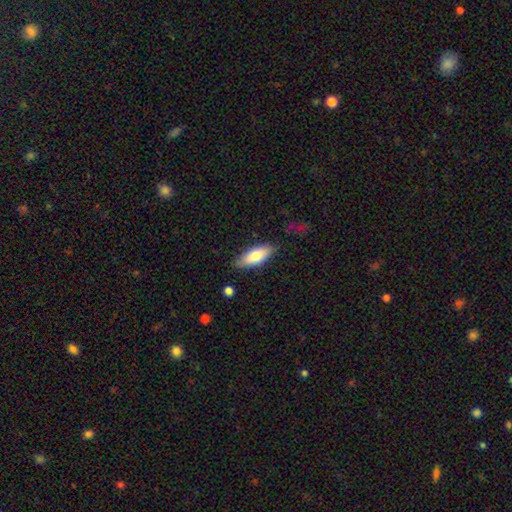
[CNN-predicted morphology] Q: Smooth or featured?
A: smooth (74%); runner-up: featured or disk (20%)
Q: How rounded?
A: in between (72%); runner-up: cigar-shaped (26%)
Q: Merging?
A: none (81%); runner-up: minor disturbance (14%)